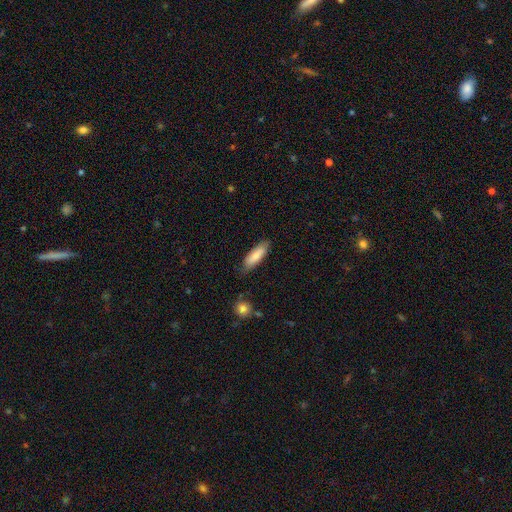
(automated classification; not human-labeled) smooth-or-featured: smooth: 81% | featured or disk: 13% | star or artifact: 6%
  how-rounded: cigar-shaped: 52% | in between: 46% | round: 1%
  merging: none: 80% | minor disturbance: 15% | major disturbance: 3% | merger: 2%